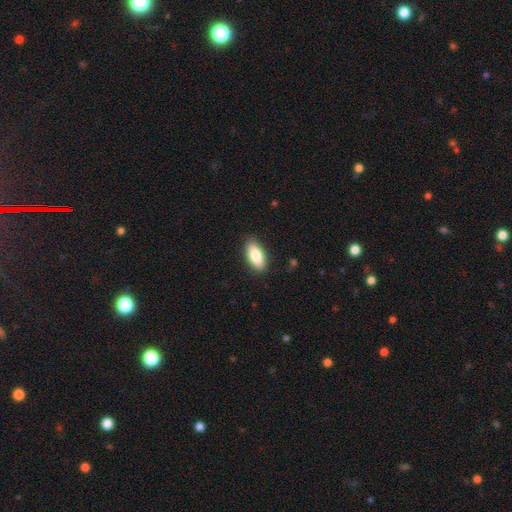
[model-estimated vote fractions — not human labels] This appears to be a smooth galaxy with no disk features (83%) that is in between round and cigar-shaped (88%). Merging: none (88%).